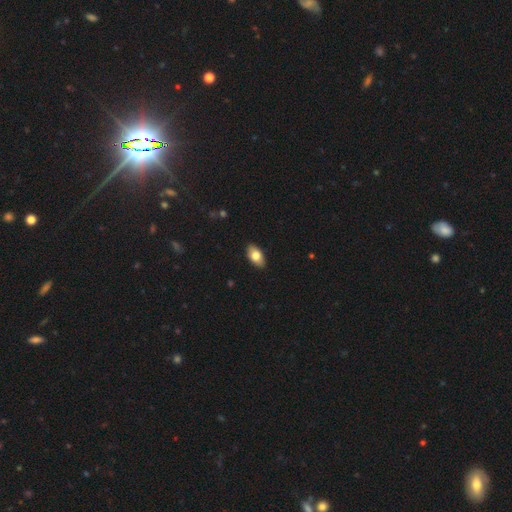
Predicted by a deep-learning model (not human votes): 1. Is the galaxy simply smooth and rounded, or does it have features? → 78% smooth, 16% featured or disk, 6% star or artifact.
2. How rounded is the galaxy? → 93% in between, 4% round, 3% cigar-shaped.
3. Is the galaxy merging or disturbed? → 89% none, 9% minor disturbance, 2% major disturbance, 1% merger.